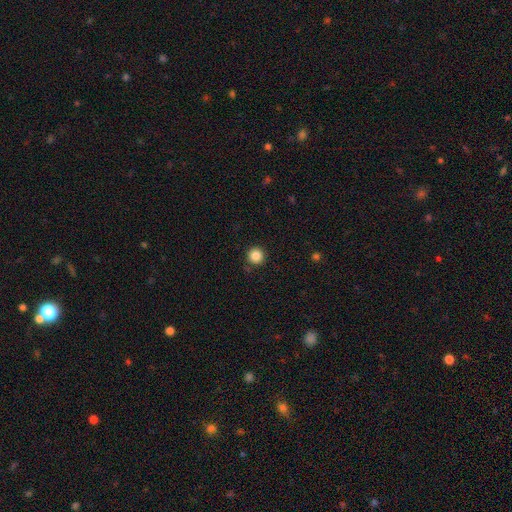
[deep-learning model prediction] This is clearly a smooth galaxy (85%). How rounded: clearly round (96%). Merging: clearly none (89%).